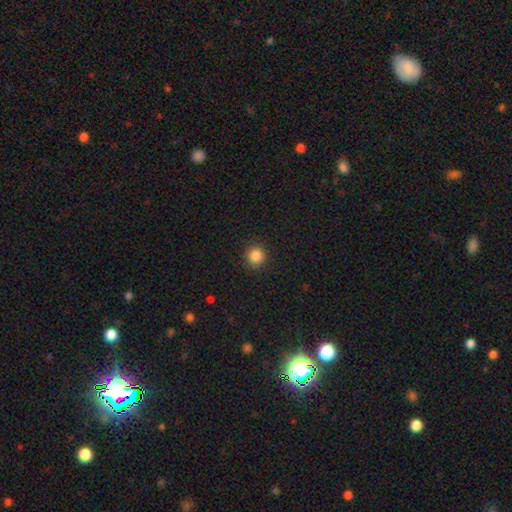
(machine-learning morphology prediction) This is clearly a smooth galaxy (86%). How rounded: clearly round (93%). Merging: clearly none (91%).